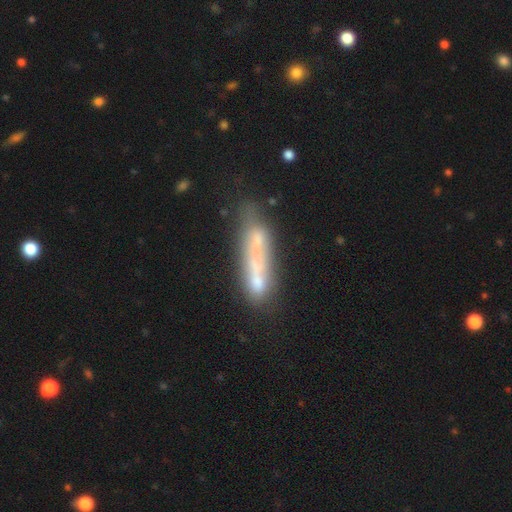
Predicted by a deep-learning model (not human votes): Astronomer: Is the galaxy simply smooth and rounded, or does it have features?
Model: smooth — 51% (runner-up: featured or disk, 39%).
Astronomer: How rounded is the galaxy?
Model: cigar-shaped — 67%.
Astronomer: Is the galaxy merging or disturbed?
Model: none — 35% (runner-up: merger, 23%).